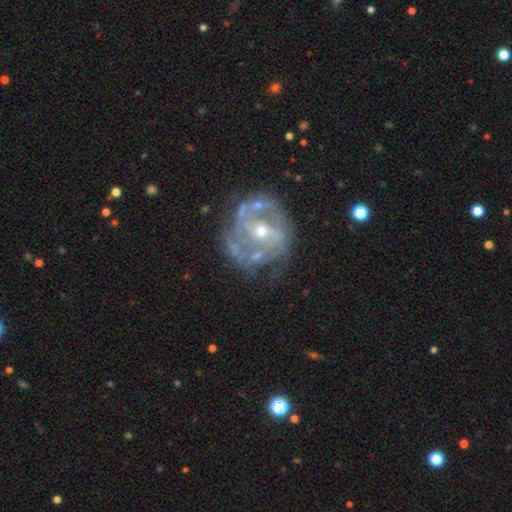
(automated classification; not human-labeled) featured or disk 83%, smooth 9%, star or artifact 7%. Down the decision tree: edge-on disk — no (97%); bar — no (44%); spiral arms — yes (78%); spiral arm count — 2 (36%); spiral winding — tight (46%); bulge size — moderate (49%); merging — none (57%).